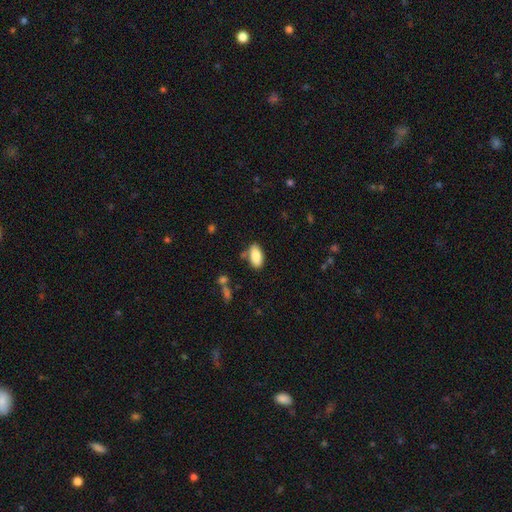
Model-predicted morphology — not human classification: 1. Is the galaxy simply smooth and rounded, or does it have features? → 86% smooth, 8% featured or disk, 7% star or artifact.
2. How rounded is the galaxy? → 92% in between, 6% cigar-shaped, 2% round.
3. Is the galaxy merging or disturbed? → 79% none, 13% minor disturbance, 5% merger, 3% major disturbance.